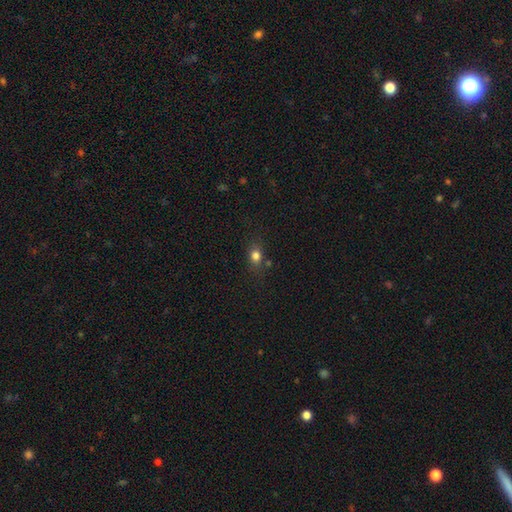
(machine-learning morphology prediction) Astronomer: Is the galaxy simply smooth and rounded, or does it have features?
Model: smooth — 79%.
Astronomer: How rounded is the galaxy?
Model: in between — 51% (runner-up: round, 46%).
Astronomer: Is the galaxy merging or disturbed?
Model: none — 72%.